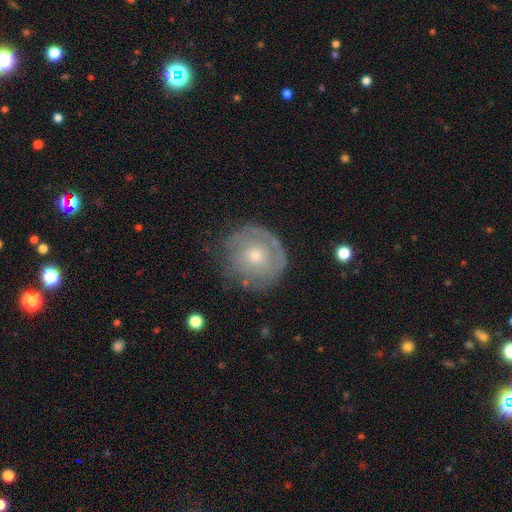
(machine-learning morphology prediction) A featured or disk galaxy (54%) with no bar (85%), spiral arms (55%) and a moderate central bulge (53%). Merging: none (68%).